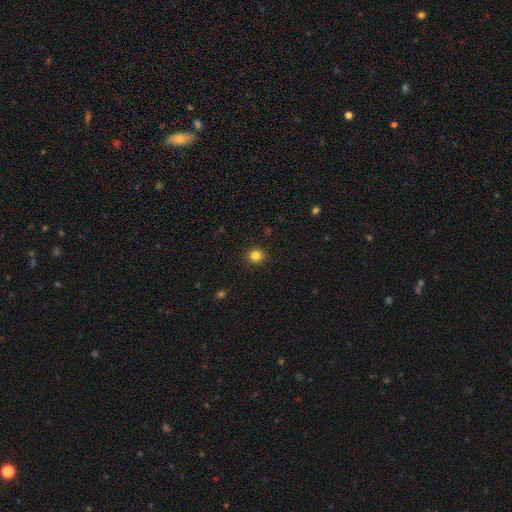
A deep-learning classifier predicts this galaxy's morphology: Smooth or featured? Predicted: smooth (p=0.83). How rounded? Predicted: round (p=0.87). Merging? Predicted: none (p=0.91).